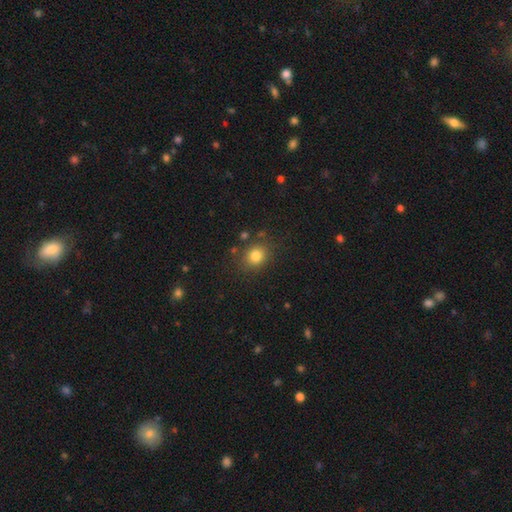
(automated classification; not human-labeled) A smooth galaxy with no disk features (81%) that is round (70%).

Vote fractions:
- Smooth or featured? smooth: 81% / star or artifact: 12% / featured or disk: 7%
- How rounded? round: 70% / in between: 29% / cigar-shaped: 1%
- Merging? none: 81% / minor disturbance: 11% / major disturbance: 4% / merger: 4%